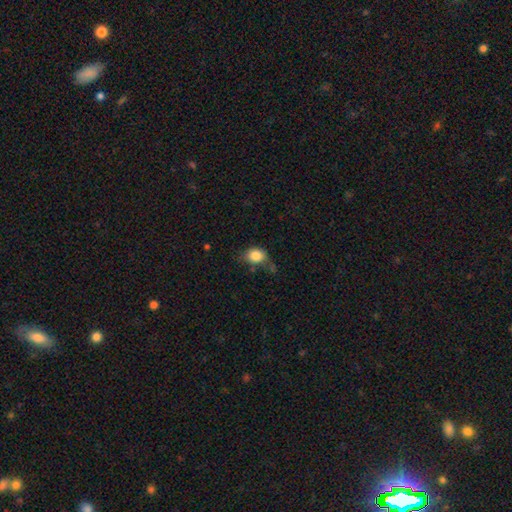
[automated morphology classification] This is clearly a smooth galaxy (84%). How rounded: possibly in between (54%). Merging: possibly none (56%).